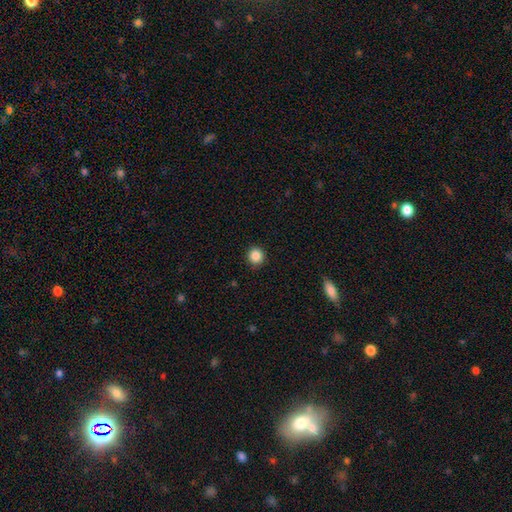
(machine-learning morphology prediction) This appears to be a smooth galaxy with no disk features (87%) that is round (93%). Merging: none (91%).